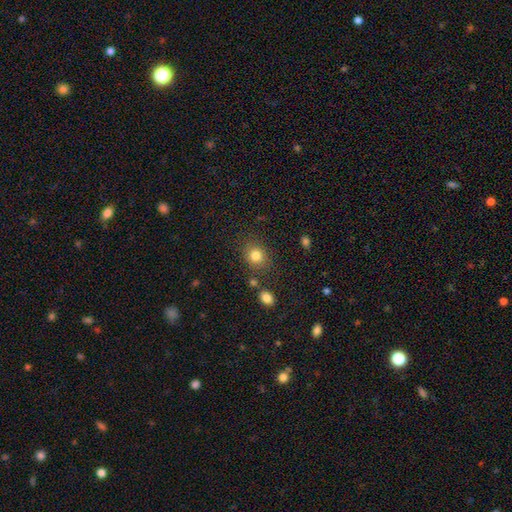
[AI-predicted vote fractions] This appears to be a smooth galaxy with no disk features (82%) that is round (69%). Merging: none (79%).